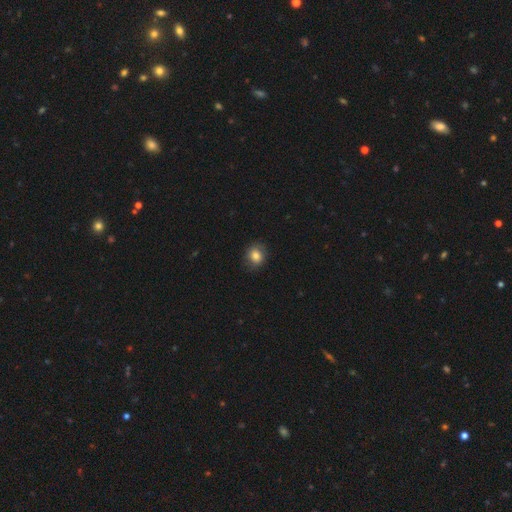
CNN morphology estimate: smooth 80%, star or artifact 10%, featured or disk 10%. Down the decision tree: how rounded — round (71%); merging — none (83%).